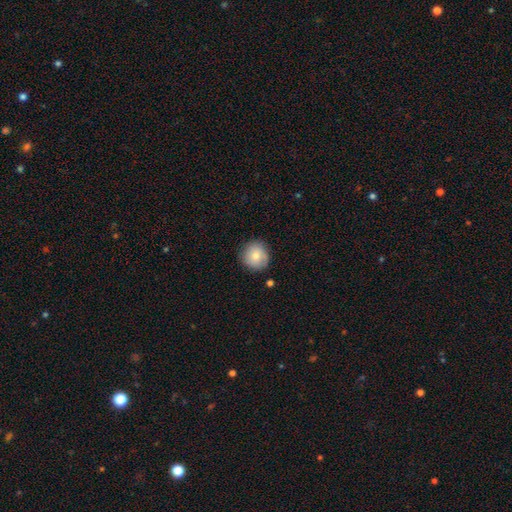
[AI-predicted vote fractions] smooth_or_featured: smooth (p=0.77) [alt: featured or disk p=0.15]
how_rounded: round (p=0.92) [alt: in between p=0.07]
merging: none (p=0.84) [alt: minor disturbance p=0.11]